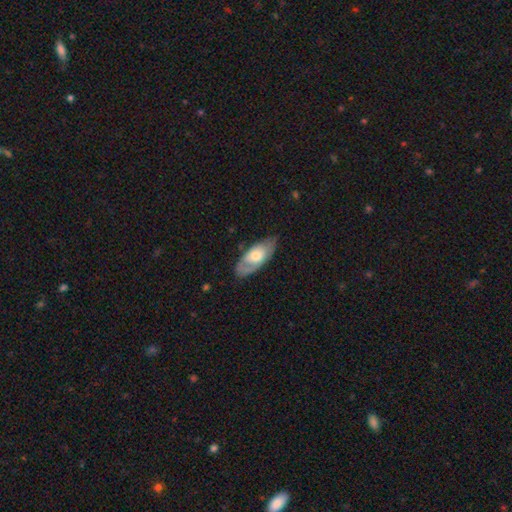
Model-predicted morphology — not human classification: This appears to be a smooth galaxy with no disk features (50%). Merging: none (66%).